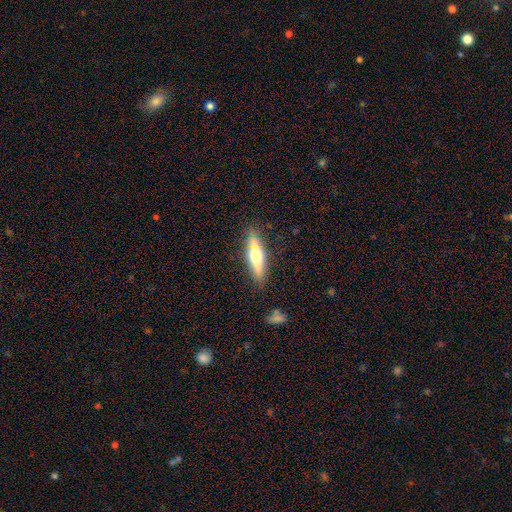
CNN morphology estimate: Smooth or featured: smooth — 55% (featured or disk — 38%)
How rounded: cigar-shaped — 63% (in between — 34%)
Merging: none — 77% (minor disturbance — 16%)